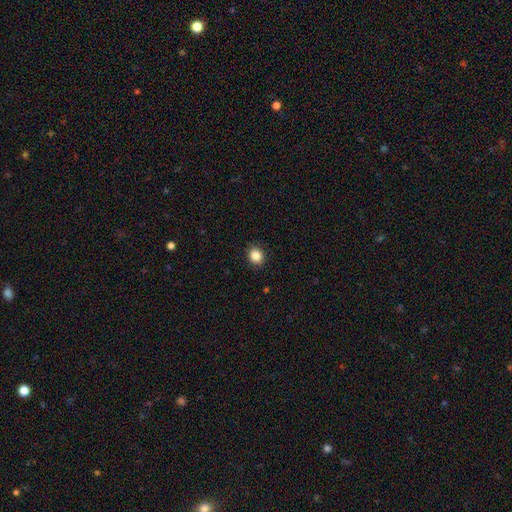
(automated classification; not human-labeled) smooth_or_featured: smooth (p=0.86) [alt: star or artifact p=0.10]
how_rounded: round (p=0.72) [alt: in between p=0.28]
merging: none (p=0.91) [alt: minor disturbance p=0.06]